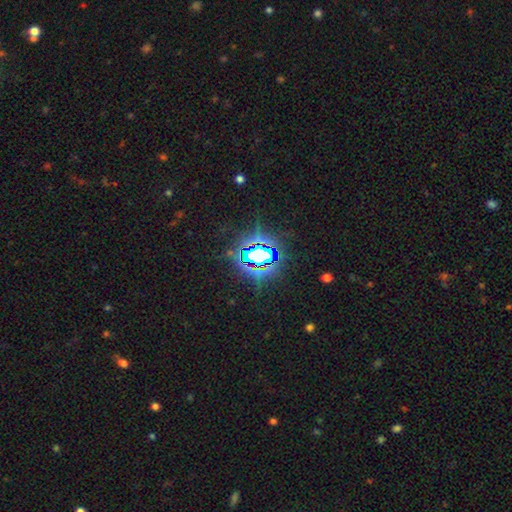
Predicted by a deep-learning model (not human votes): star or artifact 76%, smooth 13%, featured or disk 11%.